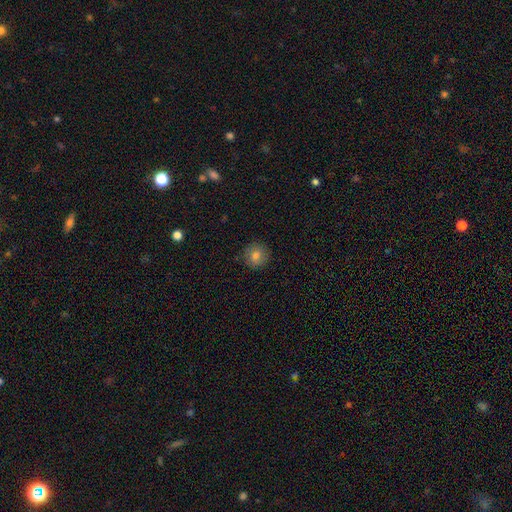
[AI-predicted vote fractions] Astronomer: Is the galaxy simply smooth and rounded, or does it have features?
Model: smooth — 79%.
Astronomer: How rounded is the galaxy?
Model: round — 92%.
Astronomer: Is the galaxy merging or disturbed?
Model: none — 88%.